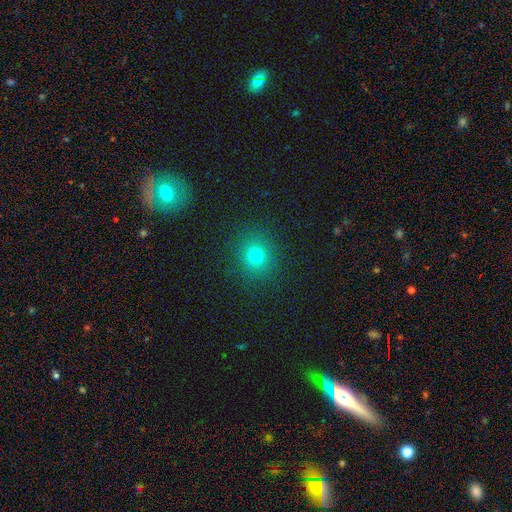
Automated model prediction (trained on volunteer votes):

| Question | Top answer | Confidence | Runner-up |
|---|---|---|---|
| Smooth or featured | smooth | 74% | star or artifact (18%) |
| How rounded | round | 87% | in between (12%) |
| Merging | none | 89% | minor disturbance (7%) |